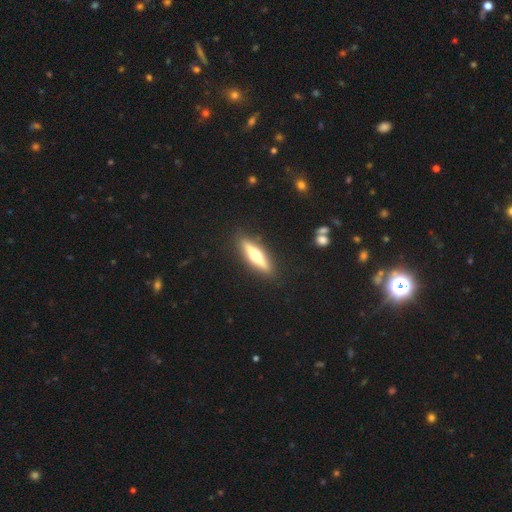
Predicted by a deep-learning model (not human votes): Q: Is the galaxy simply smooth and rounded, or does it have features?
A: featured or disk — 62%.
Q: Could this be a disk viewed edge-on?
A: yes — 95%.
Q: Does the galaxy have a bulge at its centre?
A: rounded — 93%.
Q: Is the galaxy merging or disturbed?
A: none — 89%.